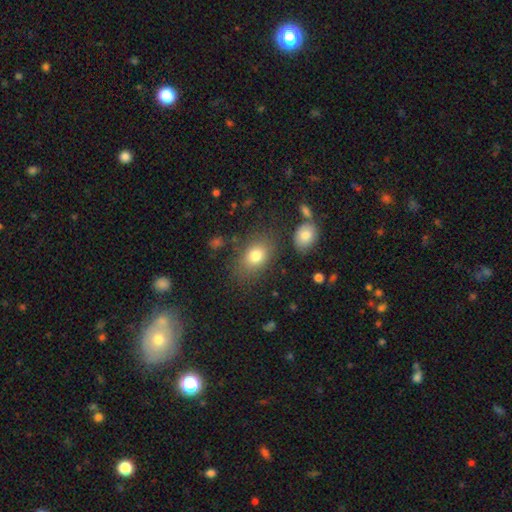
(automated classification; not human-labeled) A smooth galaxy with no disk features (79%) that is in between round and cigar-shaped (70%).

Vote fractions:
- Smooth or featured? smooth: 79% / star or artifact: 11% / featured or disk: 10%
- How rounded? in between: 70% / round: 28% / cigar-shaped: 1%
- Merging? none: 77% / minor disturbance: 13% / major disturbance: 6% / merger: 4%